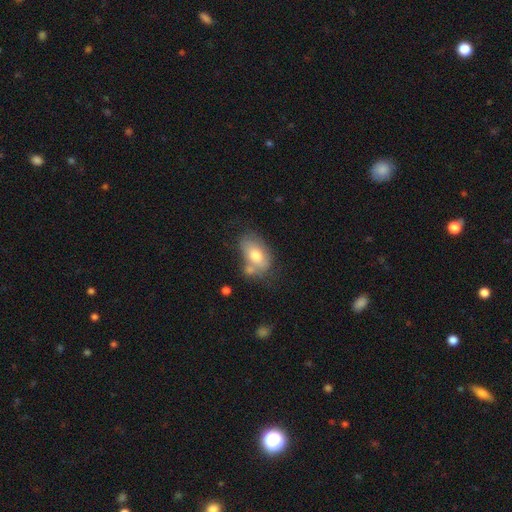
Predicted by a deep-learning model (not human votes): Q: Smooth or featured?
A: smooth (69%); runner-up: featured or disk (24%)
Q: How rounded?
A: in between (89%); runner-up: round (9%)
Q: Merging?
A: none (45%); runner-up: minor disturbance (25%)